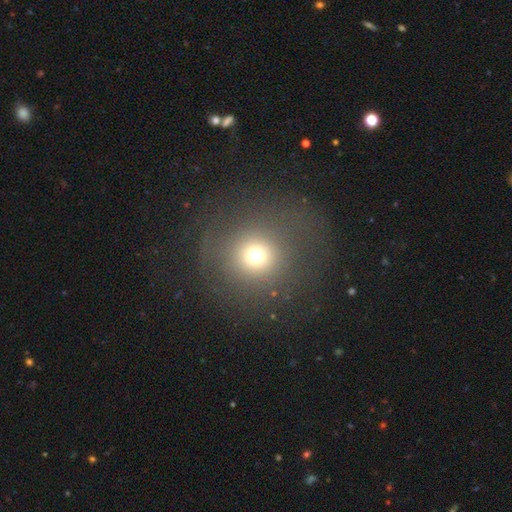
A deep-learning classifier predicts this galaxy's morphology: smooth 70%, star or artifact 20%, featured or disk 10%. Down the decision tree: how rounded — round (92%); merging — none (79%).